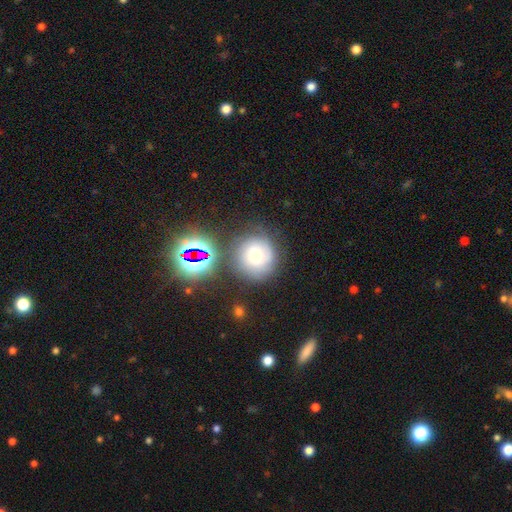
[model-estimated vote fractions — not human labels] Smooth or featured?
  - smooth: 59% *
  - featured or disk: 23%
  - star or artifact: 18%
How rounded?
  - round: 91% *
  - in between: 8%
  - cigar-shaped: 1%
Merging?
  - none: 70% *
  - minor disturbance: 15%
  - merger: 9%
  - major disturbance: 6%